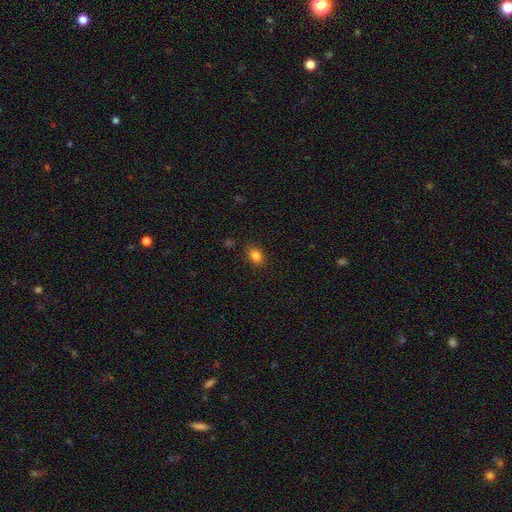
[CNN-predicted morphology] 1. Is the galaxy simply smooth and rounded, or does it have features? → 83% smooth, 11% star or artifact, 6% featured or disk.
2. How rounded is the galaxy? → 69% in between, 30% round, 1% cigar-shaped.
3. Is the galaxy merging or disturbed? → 86% none, 10% minor disturbance, 2% major disturbance, 1% merger.